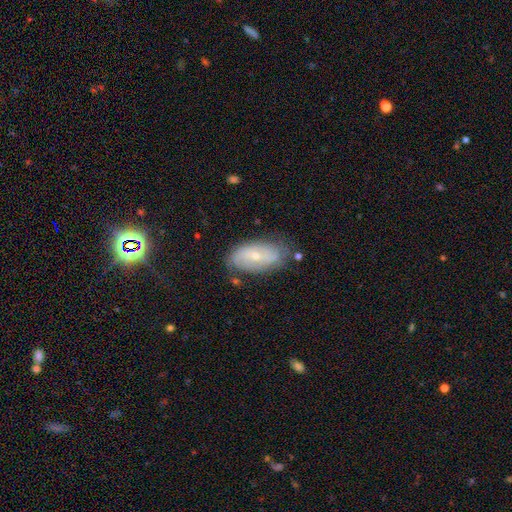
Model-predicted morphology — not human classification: Smooth or featured? Predicted: featured or disk (p=0.56). Edge-on disk? Predicted: no (p=0.89). Bar? Predicted: no (p=0.53). Spiral arms? Predicted: yes (p=0.68). Bulge size? Predicted: small (p=0.68). Merging? Predicted: none (p=0.69).